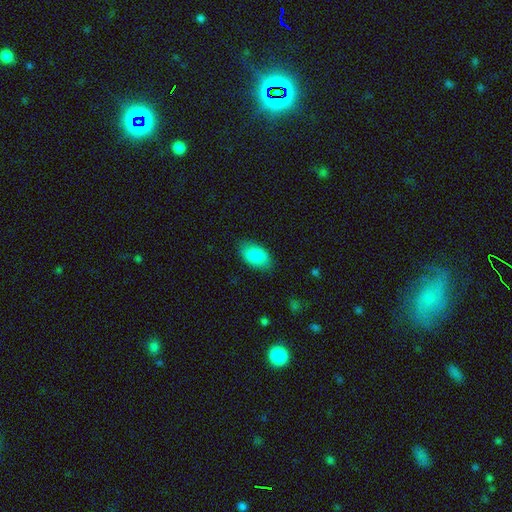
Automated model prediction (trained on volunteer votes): Morphology: type=smooth (85%); roundness=in between (92%); merging=none (84%).